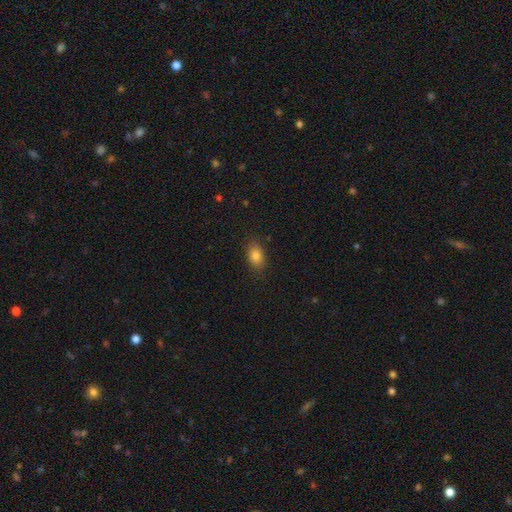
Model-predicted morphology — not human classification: smooth_or_featured: smooth (p=0.83) [alt: star or artifact p=0.09]
how_rounded: in between (p=0.84) [alt: round p=0.13]
merging: none (p=0.84) [alt: minor disturbance p=0.12]